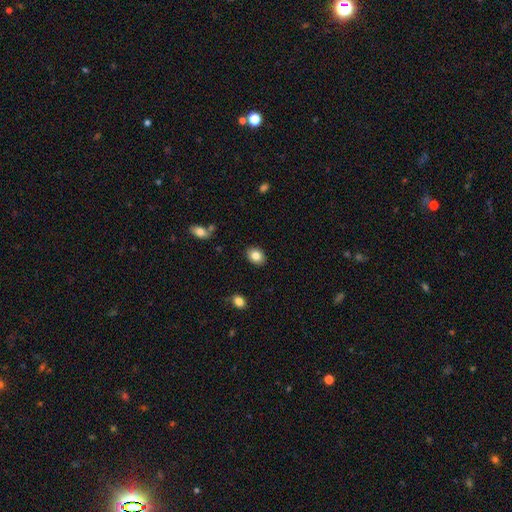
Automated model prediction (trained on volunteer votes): Morphology: type=smooth (84%); roundness=in between (63%); merging=none (88%).